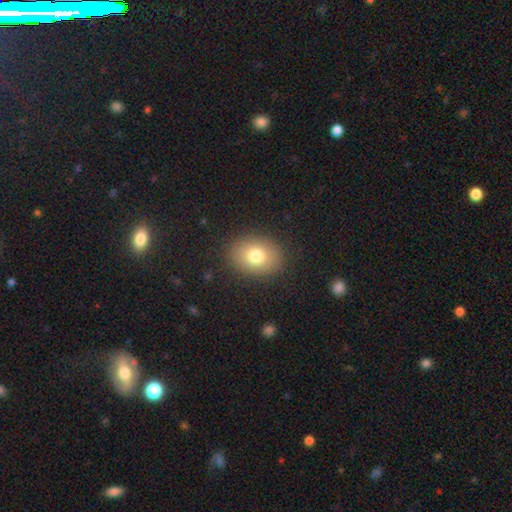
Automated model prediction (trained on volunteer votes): smooth 78%, featured or disk 11%, star or artifact 10%. Down the decision tree: how rounded — in between (58%); merging — none (87%).